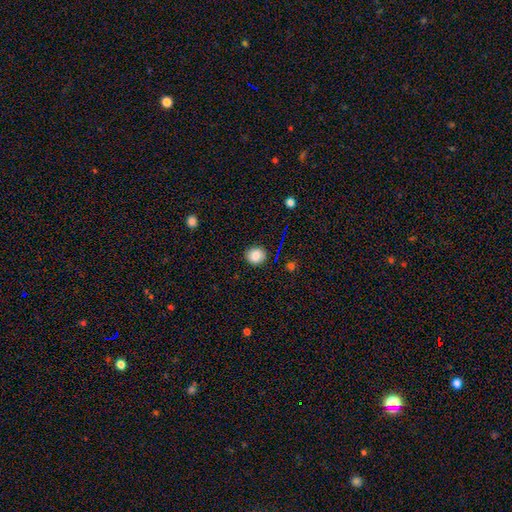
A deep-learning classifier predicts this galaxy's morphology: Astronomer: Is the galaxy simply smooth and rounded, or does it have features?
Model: smooth — 84%.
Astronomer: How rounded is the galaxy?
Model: round — 82%.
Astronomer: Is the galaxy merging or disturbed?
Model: none — 89%.